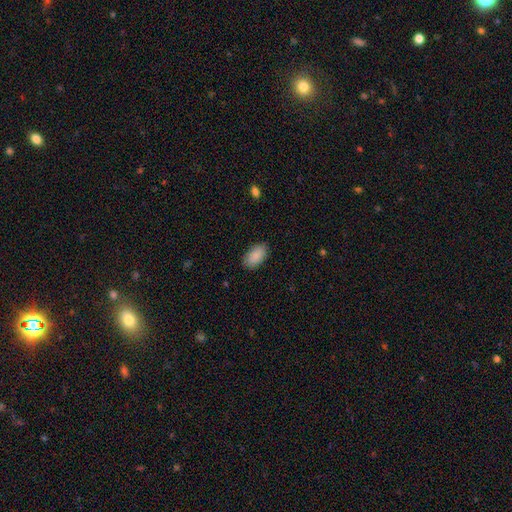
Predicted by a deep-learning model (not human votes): A smooth galaxy with no disk features (89%) that is in between round and cigar-shaped (94%).

Vote fractions:
- Smooth or featured? smooth: 89% / star or artifact: 6% / featured or disk: 5%
- How rounded? in between: 94% / round: 4% / cigar-shaped: 2%
- Merging? none: 86% / minor disturbance: 11% / major disturbance: 2% / merger: 1%